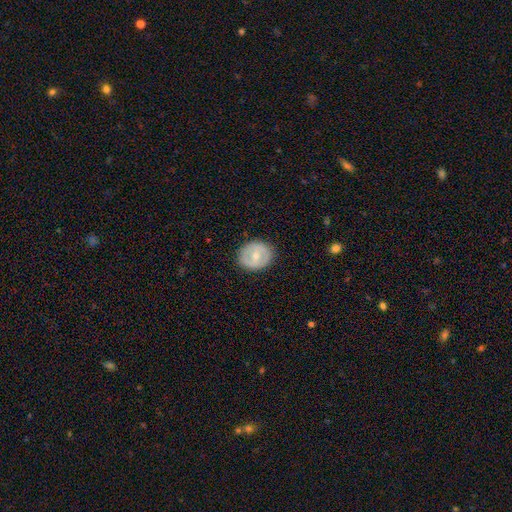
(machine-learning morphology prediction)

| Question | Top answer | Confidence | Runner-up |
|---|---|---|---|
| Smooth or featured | featured or disk | 48% | smooth (45%) |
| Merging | none | 86% | minor disturbance (10%) |